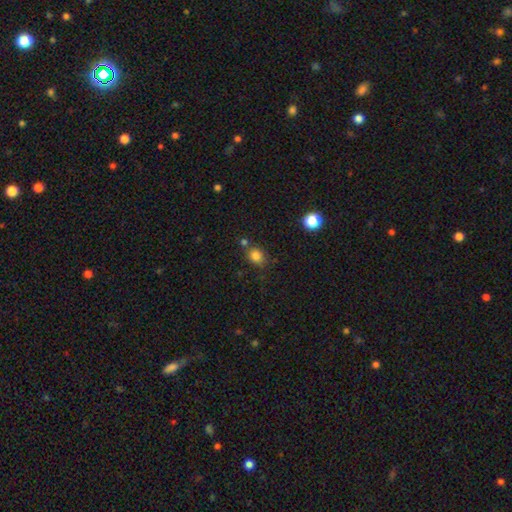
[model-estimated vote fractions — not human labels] Smooth or featured? smooth (82%)
How rounded? round (60%)
Merging? none (67%)